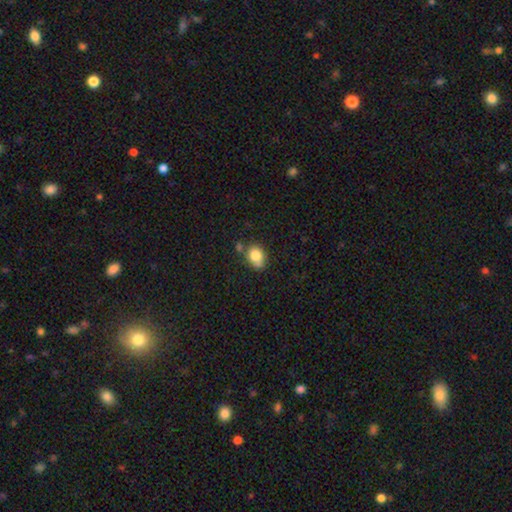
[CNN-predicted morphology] smooth_or_featured: smooth (p=0.81) [alt: star or artifact p=0.10]
how_rounded: in between (p=0.52) [alt: round p=0.47]
merging: none (p=0.57) [alt: minor disturbance p=0.23]